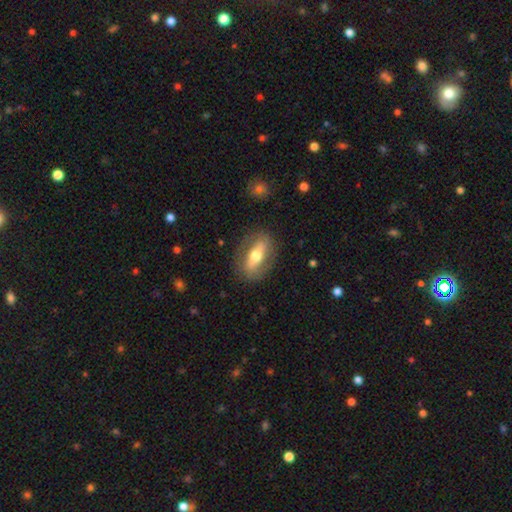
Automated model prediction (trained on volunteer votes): featured or disk 52%, smooth 42%, star or artifact 6%. Down the decision tree: edge-on disk — no (59%); merging — none (84%).